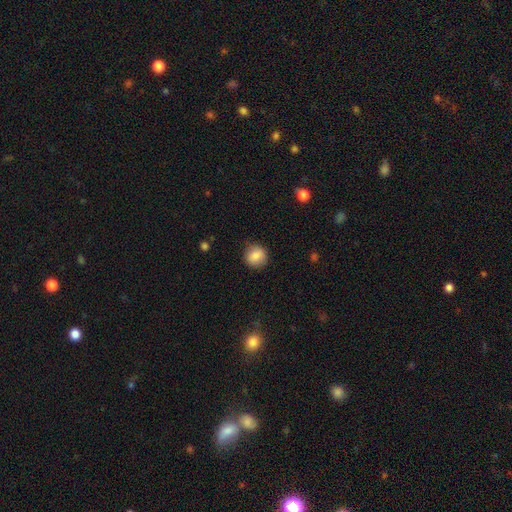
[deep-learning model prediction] A smooth galaxy with no disk features (84%) that is round (86%). Merging: none (84%).